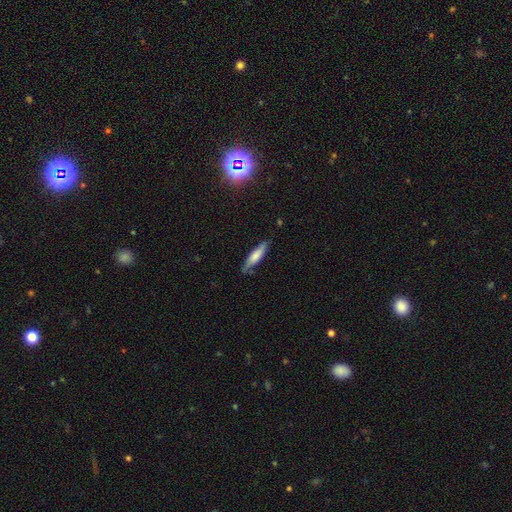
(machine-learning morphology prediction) A smooth galaxy with no disk features (58%) that is cigar-shaped (76%). Merging: none (74%).